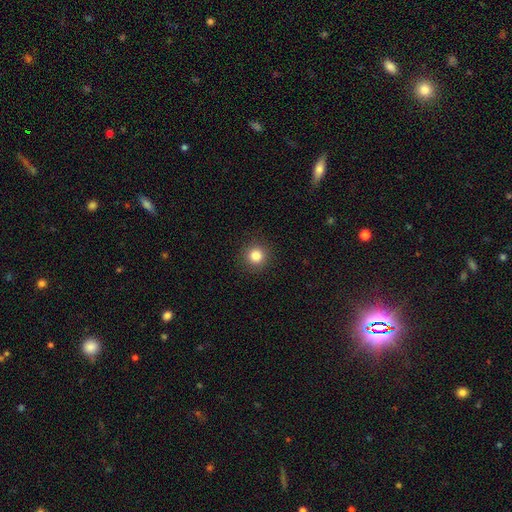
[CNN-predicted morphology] Overall: smooth (83%). How rounded: round (95%). Merging: none (92%).